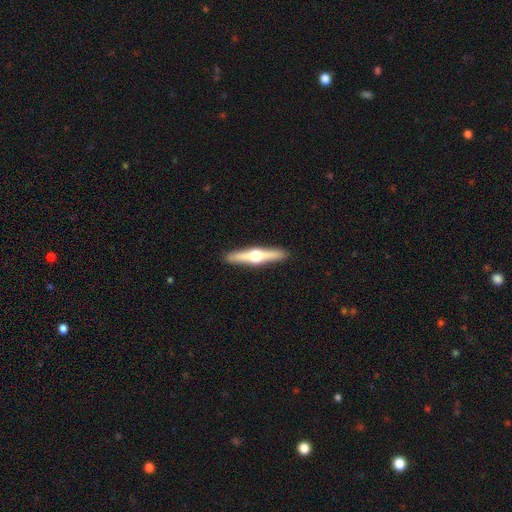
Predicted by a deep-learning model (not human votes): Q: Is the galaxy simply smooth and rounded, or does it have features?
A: featured or disk — 67%.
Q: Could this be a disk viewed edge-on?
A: yes — 97%.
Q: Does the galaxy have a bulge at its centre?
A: rounded — 95%.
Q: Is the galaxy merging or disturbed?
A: none — 92%.